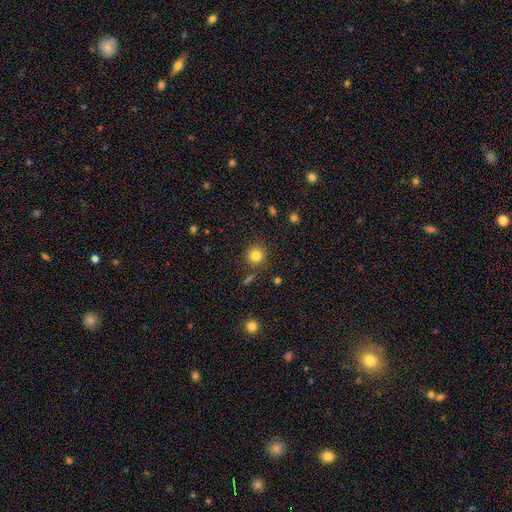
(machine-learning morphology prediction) Q: Smooth or featured?
A: smooth (81%); runner-up: star or artifact (13%)
Q: How rounded?
A: round (94%); runner-up: in between (5%)
Q: Merging?
A: none (86%); runner-up: minor disturbance (8%)